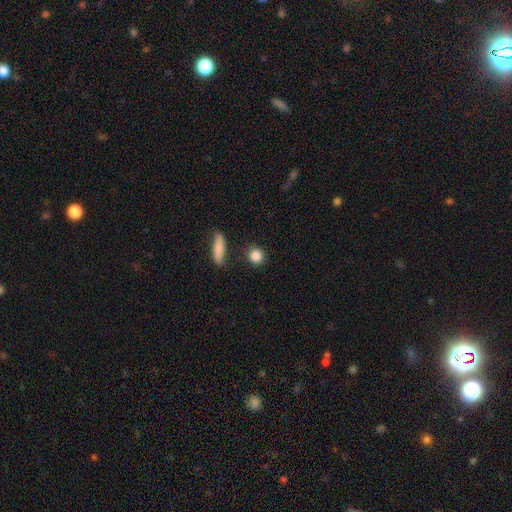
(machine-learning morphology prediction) smooth-or-featured: smooth: 87% | star or artifact: 8% | featured or disk: 5%
  how-rounded: round: 82% | in between: 14% | cigar-shaped: 3%
  merging: none: 84% | minor disturbance: 8% | merger: 5% | major disturbance: 3%